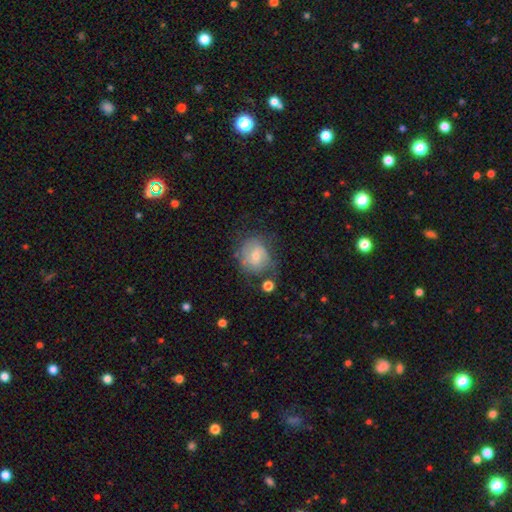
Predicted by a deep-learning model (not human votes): featured or disk 50%, smooth 39%, star or artifact 10%. Down the decision tree: edge-on disk — no (96%); merging — none (59%).